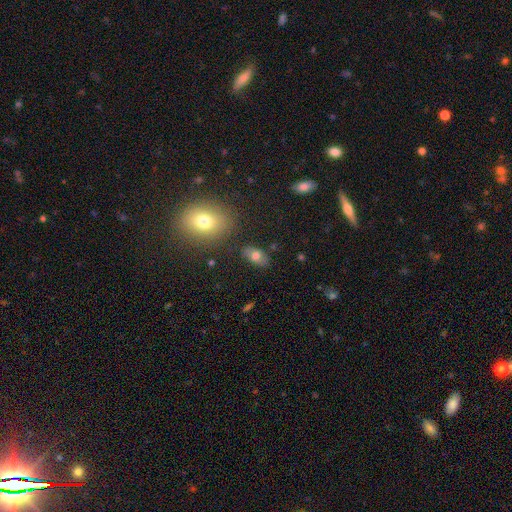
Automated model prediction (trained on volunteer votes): Overall: smooth (72%). How rounded: in between (87%). Merging: none (80%).